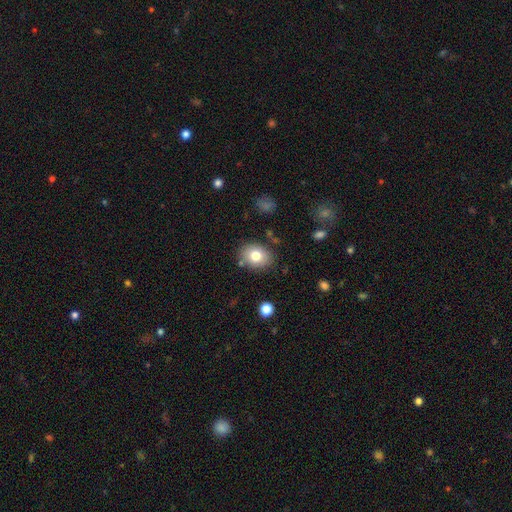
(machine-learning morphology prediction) This appears to be a smooth galaxy with no disk features (78%) that is in between round and cigar-shaped (62%). Merging: none (82%).